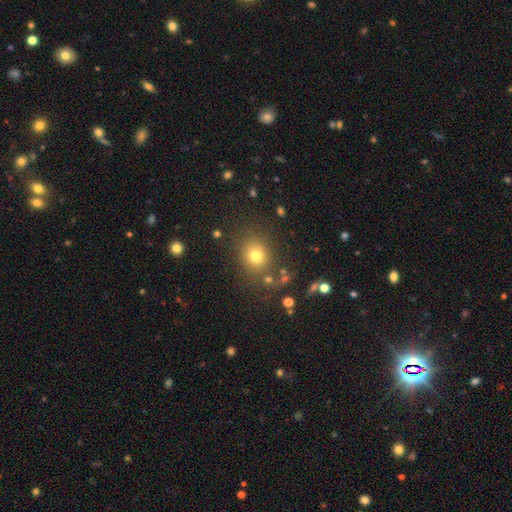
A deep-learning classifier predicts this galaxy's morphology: smooth_or_featured: smooth (p=0.74) [alt: star or artifact p=0.17]
how_rounded: round (p=0.74) [alt: in between p=0.25]
merging: none (p=0.79) [alt: minor disturbance p=0.11]